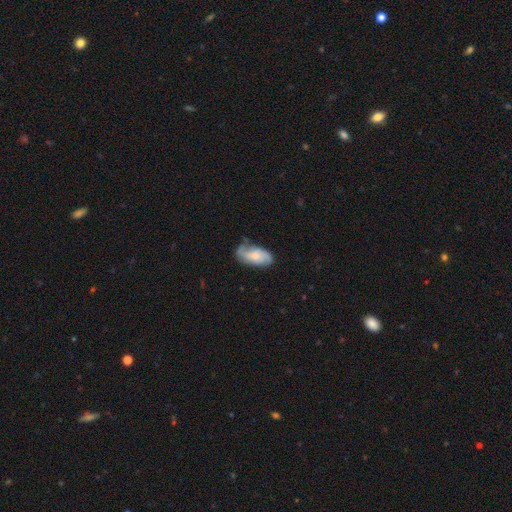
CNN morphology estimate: A featured or disk galaxy (47%). Merging: none (56%).